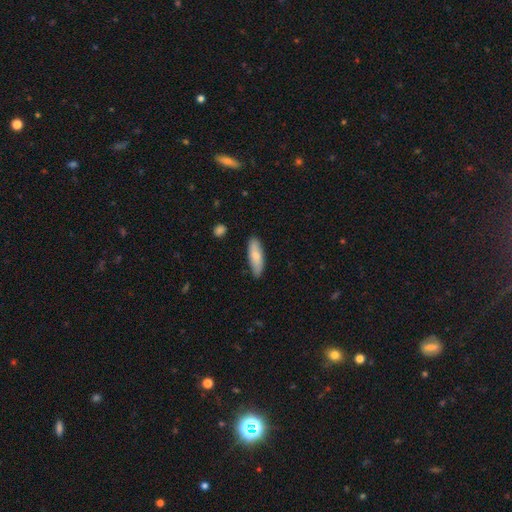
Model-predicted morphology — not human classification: smooth_or_featured: smooth (p=0.79) [alt: featured or disk p=0.16]
how_rounded: in between (p=0.55) [alt: cigar-shaped p=0.43]
merging: none (p=0.83) [alt: minor disturbance p=0.13]